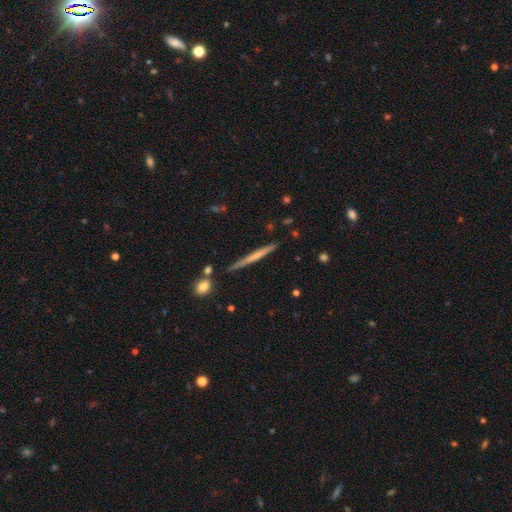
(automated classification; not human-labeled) Smooth or featured? Predicted: featured or disk (p=0.48). Merging? Predicted: none (p=0.87).